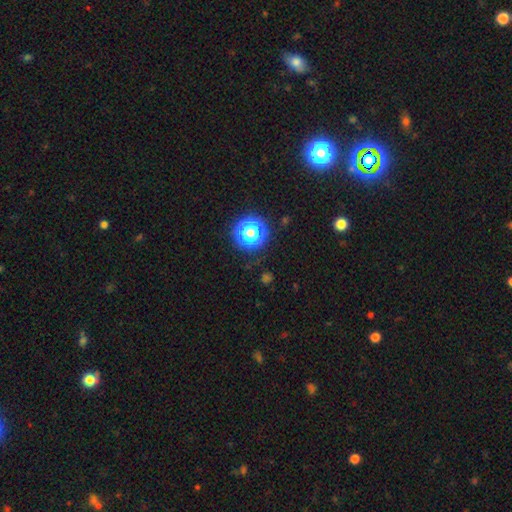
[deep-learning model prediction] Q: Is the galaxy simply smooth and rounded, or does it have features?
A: star or artifact — 73%.